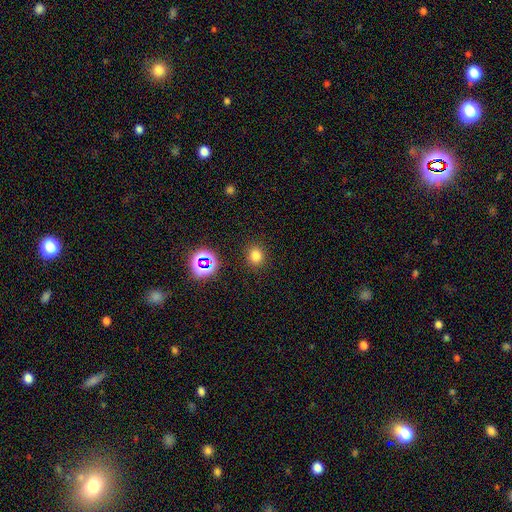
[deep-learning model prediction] Smooth or featured?
  - smooth: 75% *
  - star or artifact: 19%
  - featured or disk: 6%
How rounded?
  - round: 77% *
  - in between: 22%
  - cigar-shaped: 1%
Merging?
  - none: 89% *
  - minor disturbance: 7%
  - major disturbance: 3%
  - merger: 2%